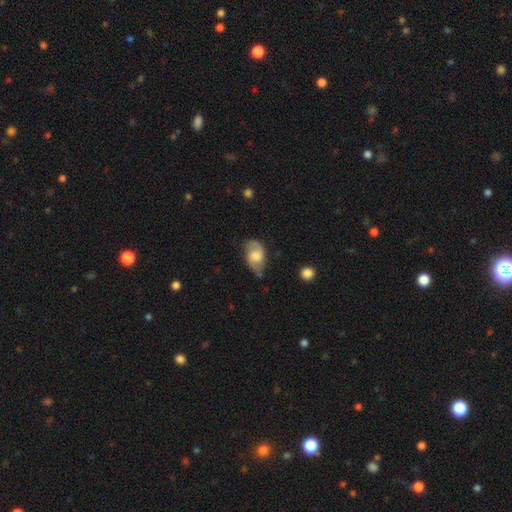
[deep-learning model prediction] A featured or disk galaxy (63%) with no bar (52%), 2 (85%) medium (43%, tied with loose) spiral arms (90%) and a moderate central bulge (46%). Merging: none (63%).